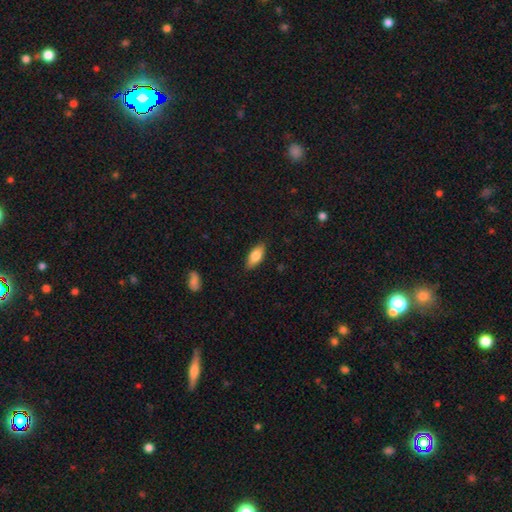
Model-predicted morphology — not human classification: The model was most divided on "smooth or featured": smooth: 77%, featured or disk: 17%, star or artifact: 6%. More confident: merging — none (87%); how rounded — in between (84%).